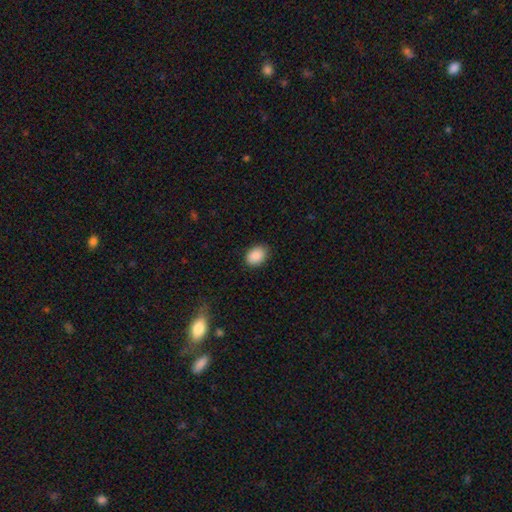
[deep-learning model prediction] This is clearly a smooth galaxy (90%). How rounded: likely in between (76%). Merging: clearly none (86%).